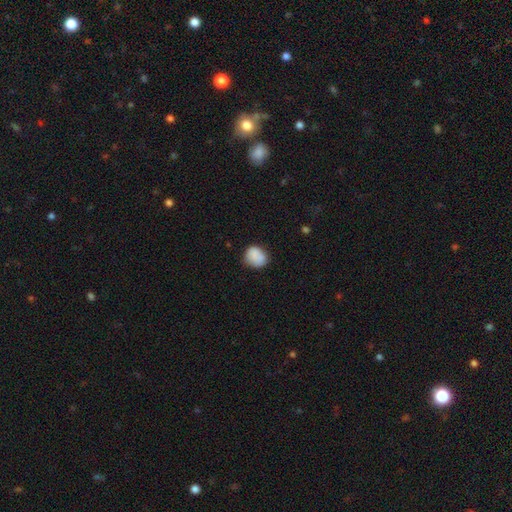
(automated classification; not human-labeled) Smooth or featured: smooth — 83% (star or artifact — 9%)
How rounded: round — 63% (in between — 36%)
Merging: none — 63% (minor disturbance — 24%)